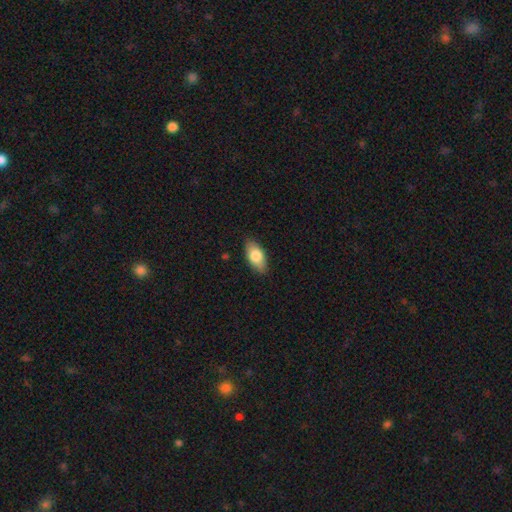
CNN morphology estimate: smooth 79%, featured or disk 15%, star or artifact 6%. Down the decision tree: how rounded — in between (90%); merging — none (86%).